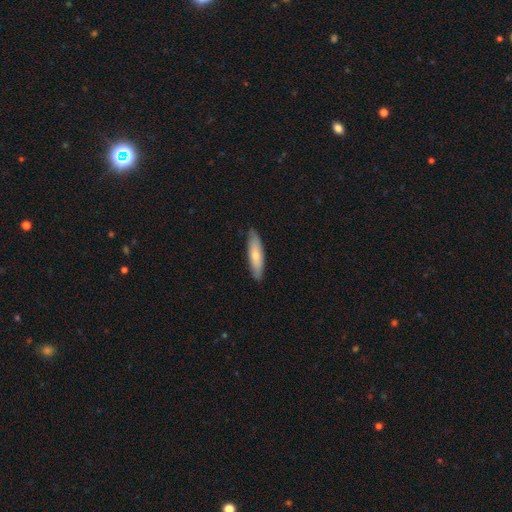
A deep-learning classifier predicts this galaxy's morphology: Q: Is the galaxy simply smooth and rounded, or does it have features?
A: smooth — 68%.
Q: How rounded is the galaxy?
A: cigar-shaped — 67%.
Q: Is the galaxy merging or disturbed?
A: none — 86%.